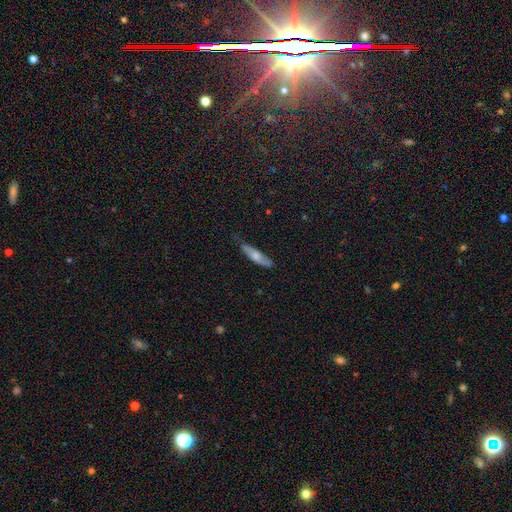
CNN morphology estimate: smooth 61%, featured or disk 33%, star or artifact 6%. Down the decision tree: how rounded — cigar-shaped (74%); merging — none (71%).